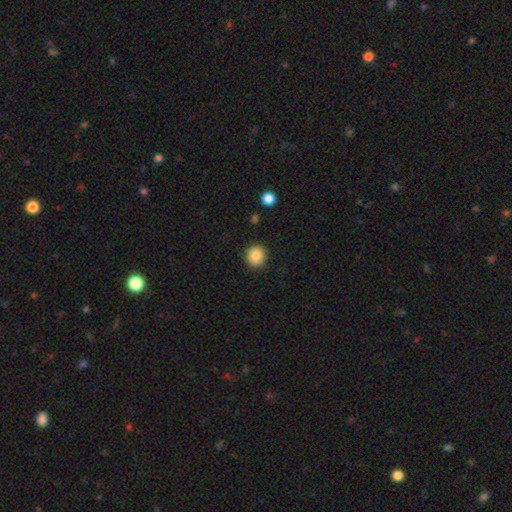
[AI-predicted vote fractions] smooth-or-featured: smooth: 88% | star or artifact: 9% | featured or disk: 3%
  how-rounded: round: 90% | in between: 10% | cigar-shaped: 1%
  merging: none: 91% | minor disturbance: 6% | major disturbance: 2% | merger: 1%